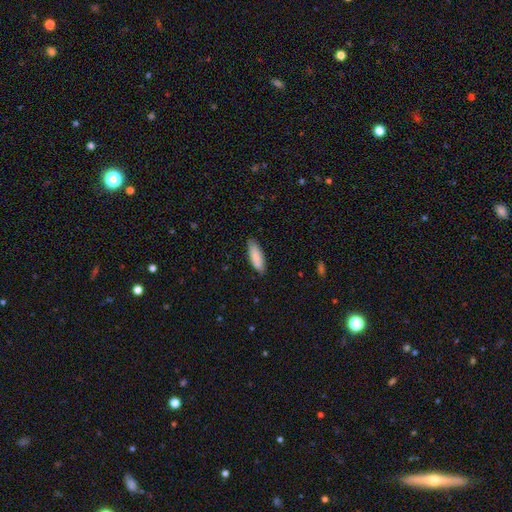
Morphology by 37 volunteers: Volunteers were most divided on "how rounded": in between: 69%, cigar-shaped: 31%, round: 0%. More confident: smooth or featured — smooth (95%); merging — none (68%).